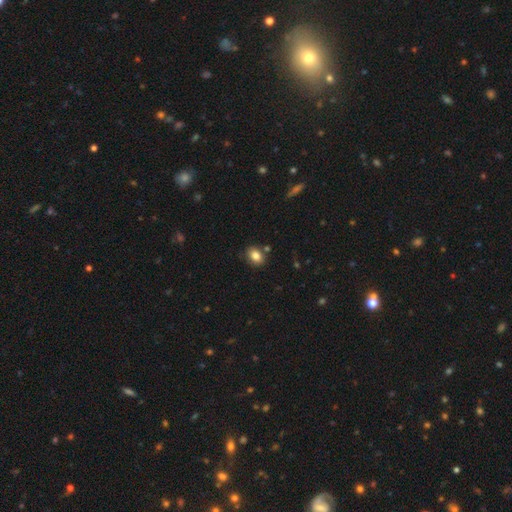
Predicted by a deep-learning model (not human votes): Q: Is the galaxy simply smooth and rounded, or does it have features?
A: smooth — 83%.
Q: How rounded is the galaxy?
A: in between — 60%.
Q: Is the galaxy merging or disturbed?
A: none — 79%.